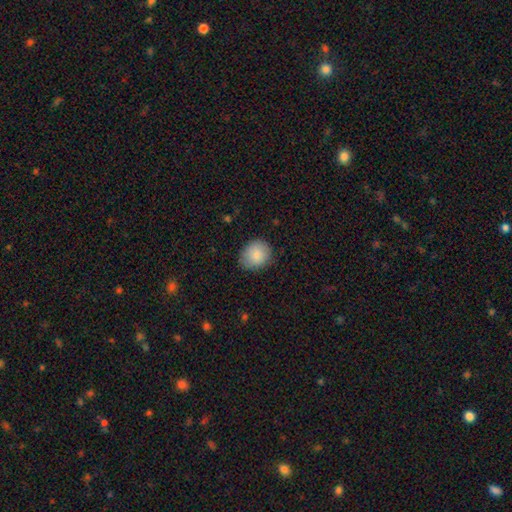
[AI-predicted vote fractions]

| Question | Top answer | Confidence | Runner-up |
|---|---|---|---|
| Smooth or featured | smooth | 85% | featured or disk (8%) |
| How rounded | round | 72% | in between (27%) |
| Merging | none | 81% | minor disturbance (15%) |